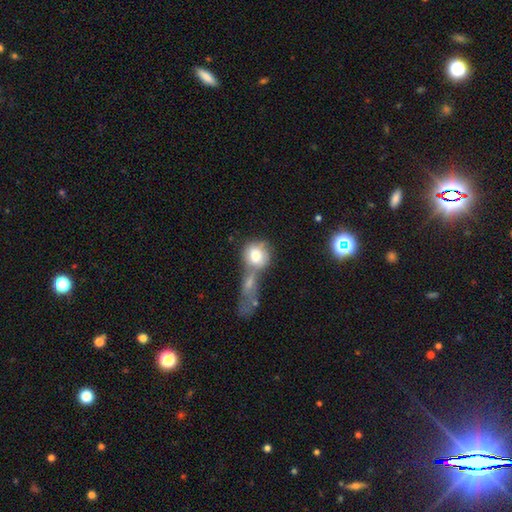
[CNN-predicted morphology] The model was most divided on "merging": merger: 57%, none: 21%, major disturbance: 12%, minor disturbance: 10%. More confident: how rounded — round (75%); smooth or featured — smooth (72%).